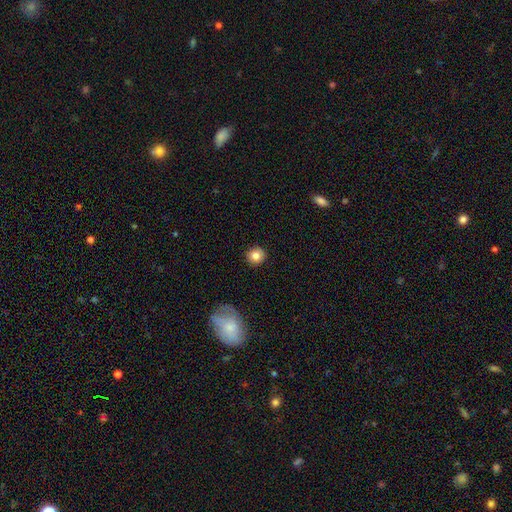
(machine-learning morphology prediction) Q: Smooth or featured?
A: smooth (82%); runner-up: star or artifact (10%)
Q: How rounded?
A: round (92%); runner-up: in between (7%)
Q: Merging?
A: none (91%); runner-up: minor disturbance (6%)